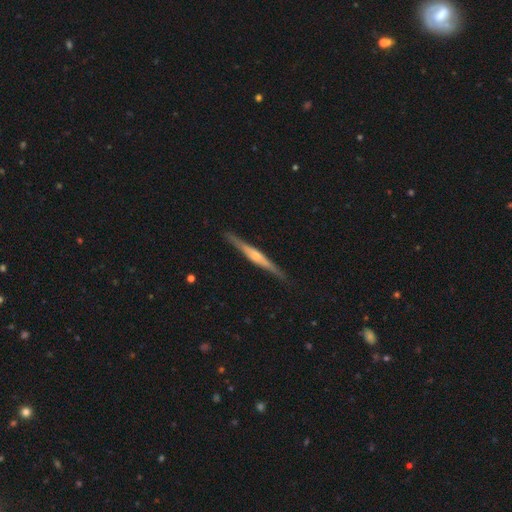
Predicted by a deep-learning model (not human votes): A featured or disk galaxy (74%) viewed edge-on (98%) with a rounded central bulge (74%).

Vote fractions:
- Smooth or featured? featured or disk: 74% / smooth: 20% / star or artifact: 5%
- Edge-on disk? yes: 98% / no: 2%
- Edge-on bulge? rounded: 74% / boxy: 13% / none: 13%
- Merging? none: 89% / minor disturbance: 8% / major disturbance: 2% / merger: 1%